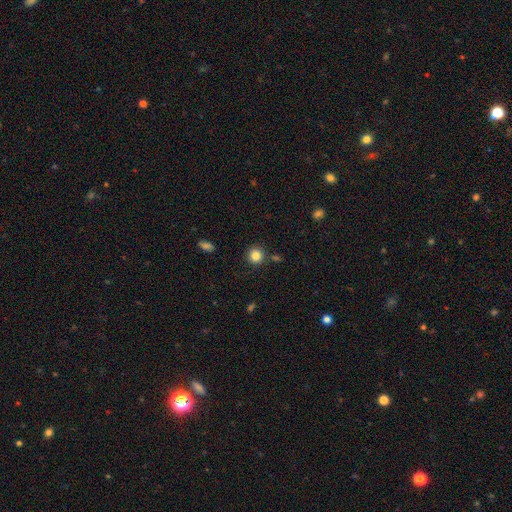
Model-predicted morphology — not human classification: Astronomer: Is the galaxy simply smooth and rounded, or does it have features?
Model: smooth — 84%.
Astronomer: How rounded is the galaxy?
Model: round — 93%.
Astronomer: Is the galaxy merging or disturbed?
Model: none — 86%.